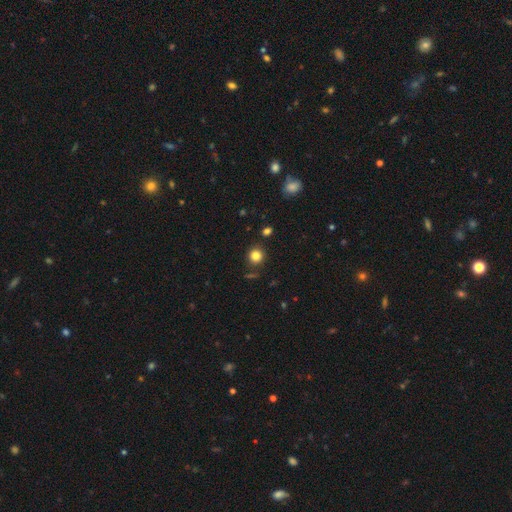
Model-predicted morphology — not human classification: A smooth galaxy with no disk features (83%) that is round (90%). Merging: none (86%).